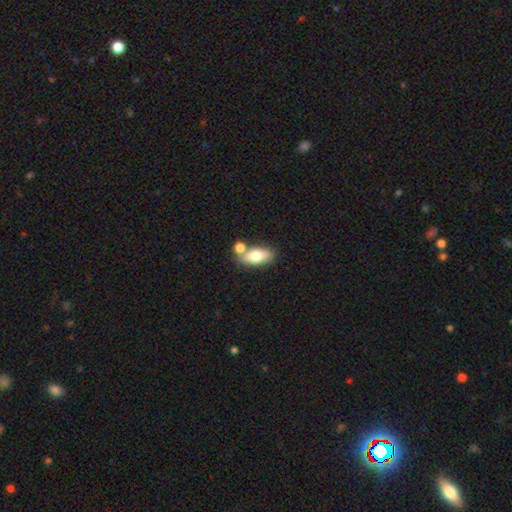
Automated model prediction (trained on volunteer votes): This is likely a smooth galaxy (75%). How rounded: clearly in between (84%). Merging: possibly none (59%).